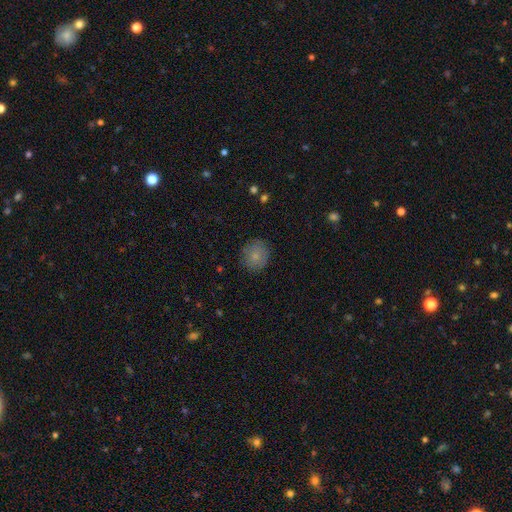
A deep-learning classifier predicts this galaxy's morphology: Smooth or featured? smooth (78%)
How rounded? round (84%)
Merging? none (84%)